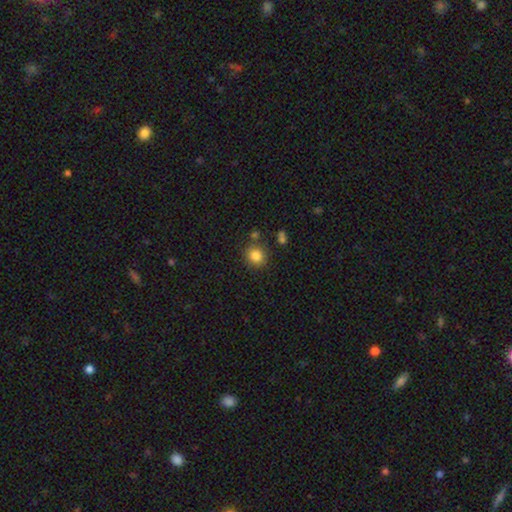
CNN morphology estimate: smooth_or_featured: smooth (p=0.83) [alt: star or artifact p=0.11]
how_rounded: round (p=0.86) [alt: in between p=0.13]
merging: none (p=0.83) [alt: minor disturbance p=0.09]